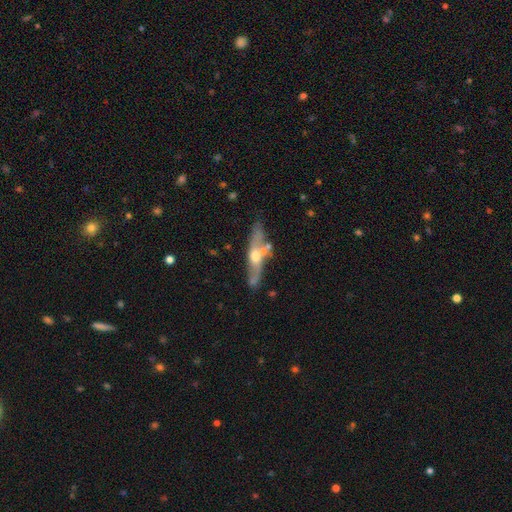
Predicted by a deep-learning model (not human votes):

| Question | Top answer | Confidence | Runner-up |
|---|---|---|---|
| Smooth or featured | featured or disk | 66% | smooth (29%) |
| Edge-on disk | yes | 64% | no (36%) |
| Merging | none | 62% | minor disturbance (20%) |